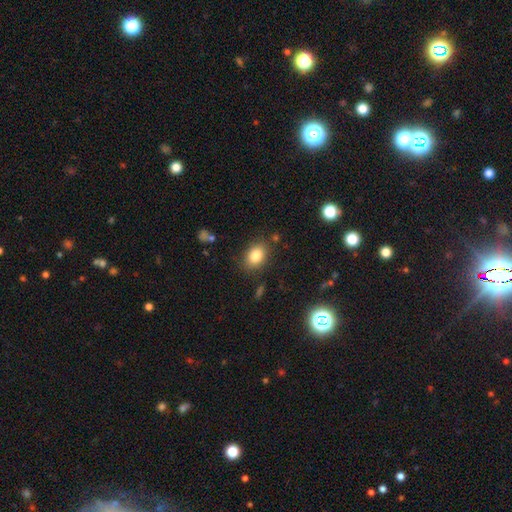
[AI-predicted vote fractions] Smooth or featured: smooth — 83% (star or artifact — 9%)
How rounded: in between — 71% (round — 28%)
Merging: none — 82% (minor disturbance — 12%)